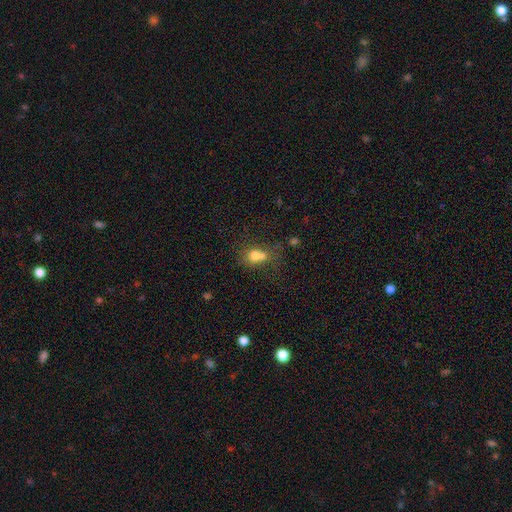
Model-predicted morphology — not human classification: This is likely a smooth galaxy (71%). How rounded: likely round (60%). Merging: possibly merger (55%).